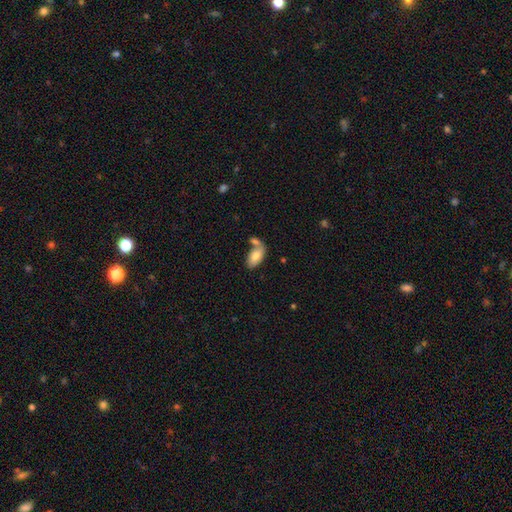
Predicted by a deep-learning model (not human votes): This appears to be a smooth galaxy with no disk features (78%) that is in between round and cigar-shaped (94%). Merging: merger (44%).